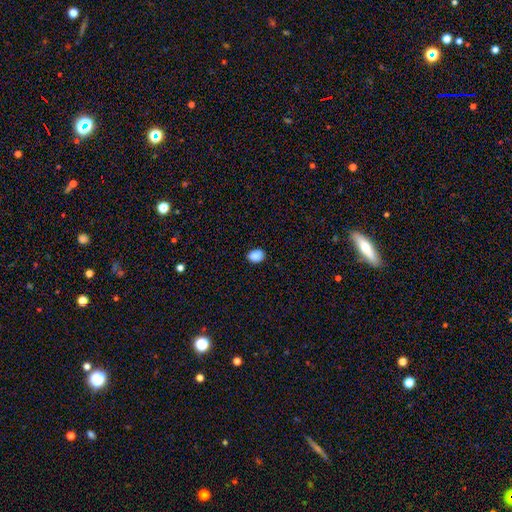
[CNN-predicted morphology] Smooth or featured? Predicted: smooth (p=0.89). How rounded? Predicted: in between (p=0.65). Merging? Predicted: none (p=0.88).